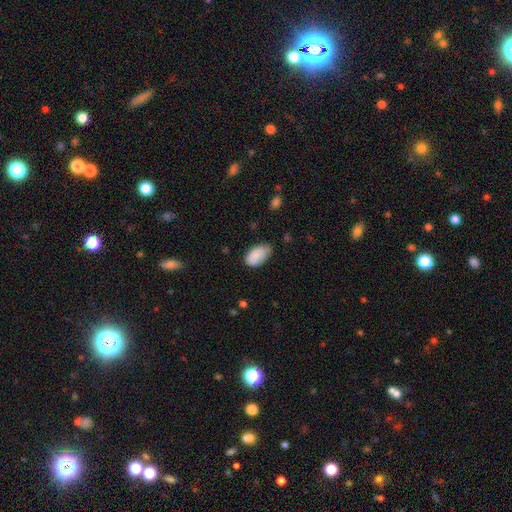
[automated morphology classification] Smooth or featured: smooth — 88% (star or artifact — 7%)
How rounded: in between — 94% (round — 4%)
Merging: none — 58% (minor disturbance — 34%)